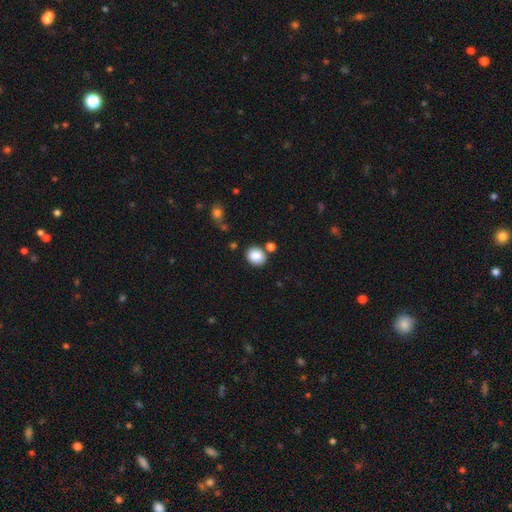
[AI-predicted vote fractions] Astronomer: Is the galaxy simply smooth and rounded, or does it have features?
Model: smooth — 87%.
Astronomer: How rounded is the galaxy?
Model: round — 65%.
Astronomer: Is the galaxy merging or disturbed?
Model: none — 77%.